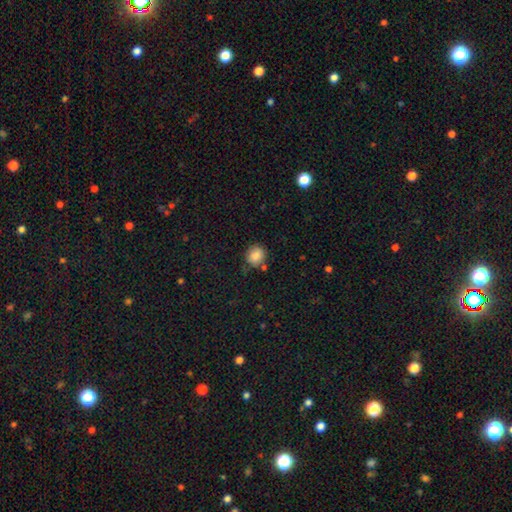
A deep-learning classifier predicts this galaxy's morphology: smooth_or_featured: smooth (p=0.84) [alt: star or artifact p=0.09]
how_rounded: round (p=0.78) [alt: in between p=0.21]
merging: none (p=0.73) [alt: minor disturbance p=0.17]